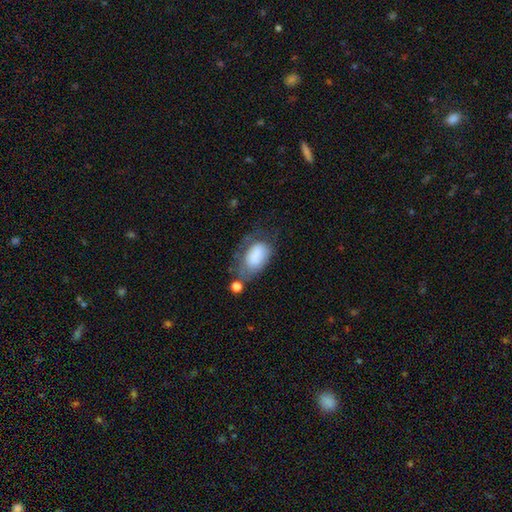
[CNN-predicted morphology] Overall: smooth (72%). How rounded: in between (92%). Merging: major disturbance (32%; minor disturbance 31%).